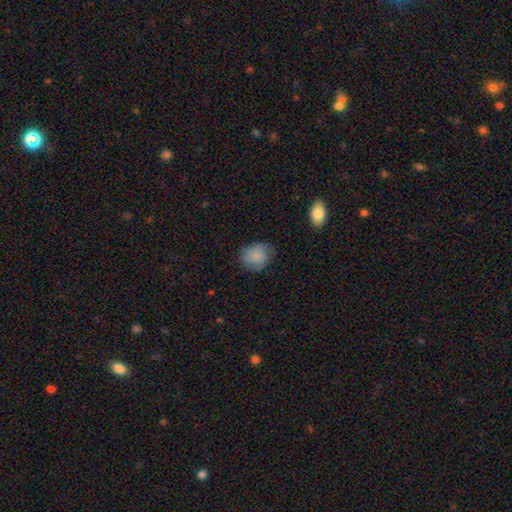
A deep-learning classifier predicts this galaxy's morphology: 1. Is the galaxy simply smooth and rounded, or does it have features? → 85% smooth, 8% featured or disk, 7% star or artifact.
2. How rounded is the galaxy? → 64% round, 35% in between, 1% cigar-shaped.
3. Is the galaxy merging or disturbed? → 73% none, 21% minor disturbance, 5% major disturbance, 1% merger.